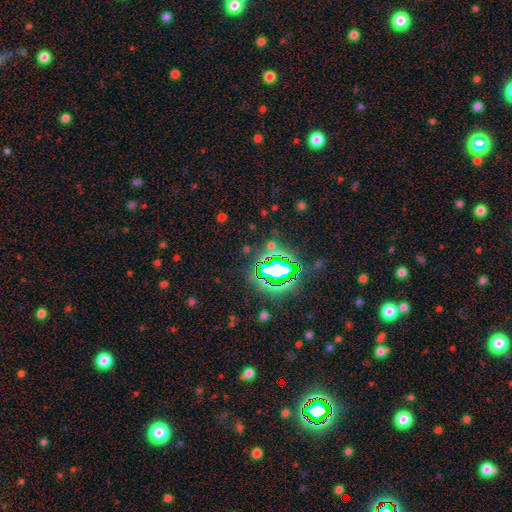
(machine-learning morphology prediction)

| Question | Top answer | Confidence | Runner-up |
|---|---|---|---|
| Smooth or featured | star or artifact | 82% | smooth (11%) |